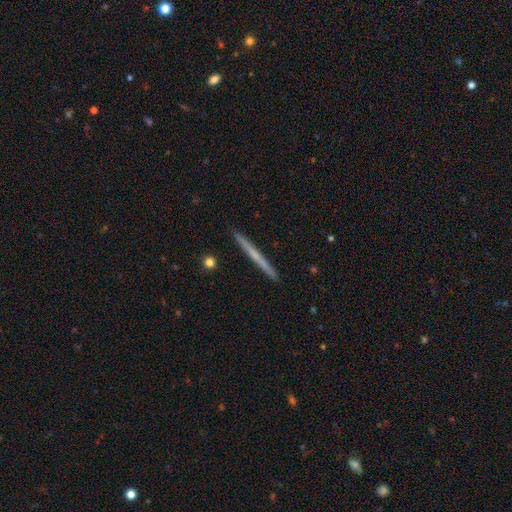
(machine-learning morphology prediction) A featured or disk galaxy (54%) viewed edge-on (98%) with no central bulge (74%).

Vote fractions:
- Smooth or featured? featured or disk: 54% / smooth: 40% / star or artifact: 6%
- Edge-on disk? yes: 98% / no: 2%
- Edge-on bulge? none: 74% / rounded: 23% / boxy: 4%
- Merging? none: 93% / minor disturbance: 5% / merger: 1% / major disturbance: 1%